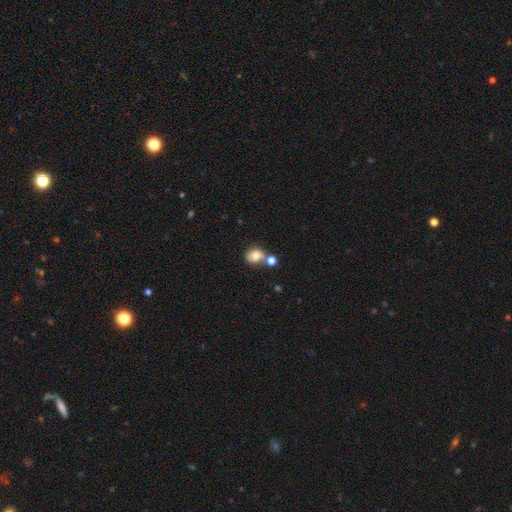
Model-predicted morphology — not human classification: A smooth galaxy with no disk features (79%) that is round (53%).

Vote fractions:
- Smooth or featured? smooth: 79% / featured or disk: 11% / star or artifact: 10%
- How rounded? round: 53% / in between: 46% / cigar-shaped: 1%
- Merging? none: 43% / merger: 37% / minor disturbance: 14% / major disturbance: 6%